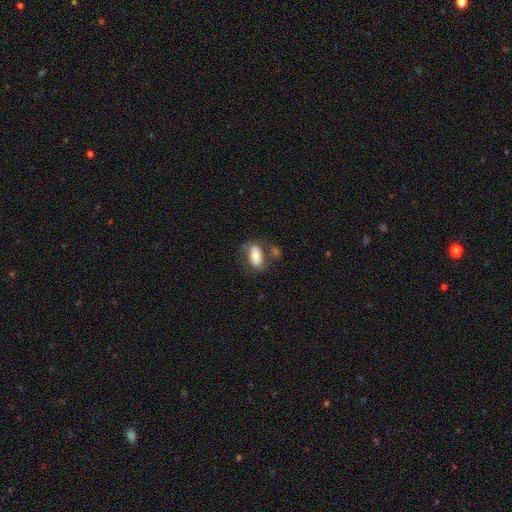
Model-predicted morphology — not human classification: The model was most divided on "merging": none: 53%, merger: 18%, minor disturbance: 18%, major disturbance: 11%. More confident: how rounded — in between (89%); smooth or featured — smooth (69%).